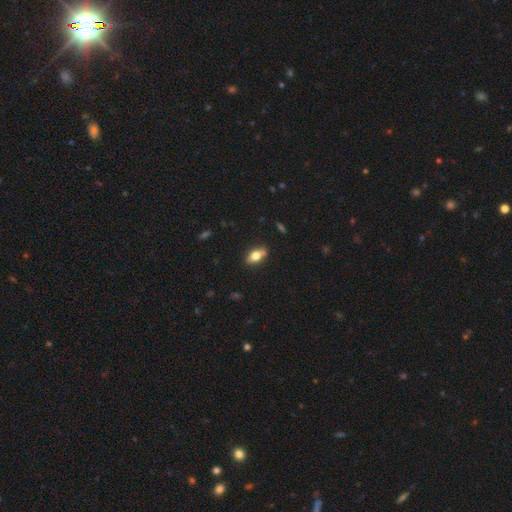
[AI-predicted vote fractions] The model was most divided on "smooth or featured": smooth: 66%, featured or disk: 25%, star or artifact: 8%. More confident: how rounded — in between (83%); merging — none (79%).